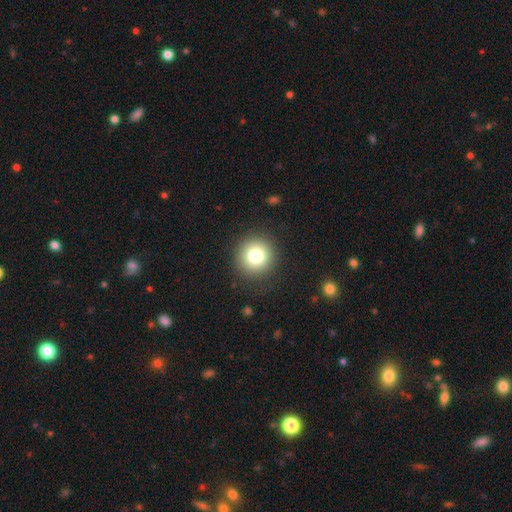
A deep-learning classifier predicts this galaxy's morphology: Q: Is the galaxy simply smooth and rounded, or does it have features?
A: smooth — 80%.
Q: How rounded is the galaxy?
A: round — 92%.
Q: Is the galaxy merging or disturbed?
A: none — 88%.